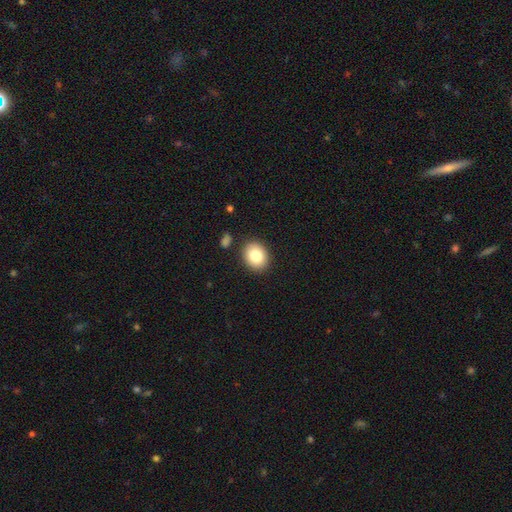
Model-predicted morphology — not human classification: Q: Smooth or featured?
A: smooth (83%); runner-up: featured or disk (9%)
Q: How rounded?
A: round (51%); runner-up: in between (48%)
Q: Merging?
A: none (86%); runner-up: minor disturbance (9%)